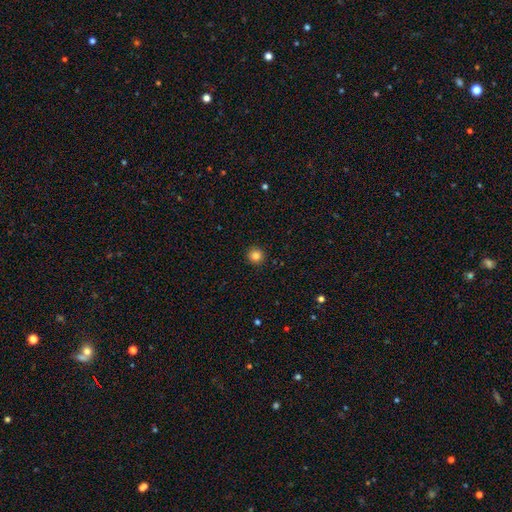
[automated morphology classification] Overall: smooth (84%). How rounded: round (95%). Merging: none (93%).